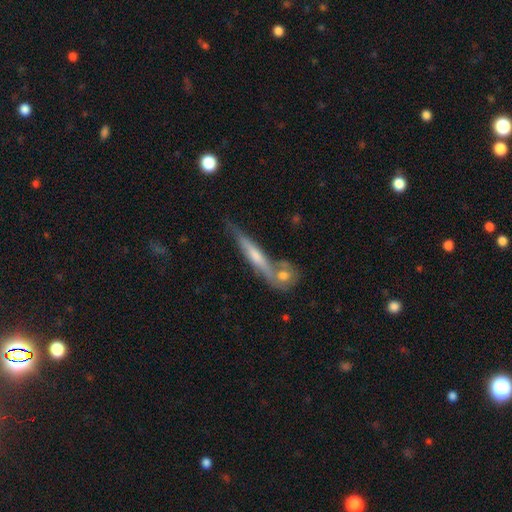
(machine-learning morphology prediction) Smooth or featured? featured or disk (58%)
Edge-on disk? yes (92%)
Edge-on bulge? rounded (52%)
Merging? none (59%)